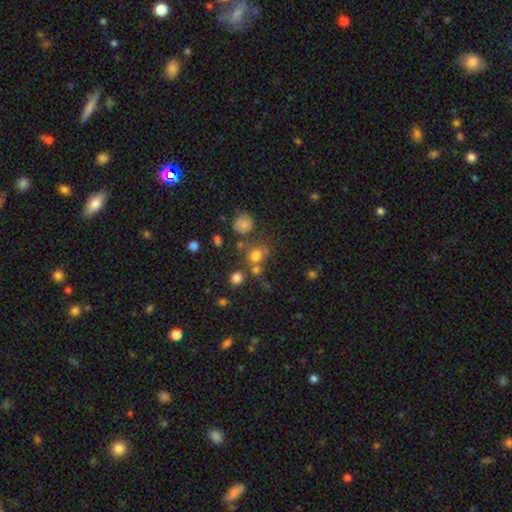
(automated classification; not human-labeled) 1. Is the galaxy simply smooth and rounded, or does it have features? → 72% smooth, 17% star or artifact, 10% featured or disk.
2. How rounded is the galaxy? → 74% round, 25% in between, 1% cigar-shaped.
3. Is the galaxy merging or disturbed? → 55% none, 25% merger, 13% minor disturbance, 8% major disturbance.